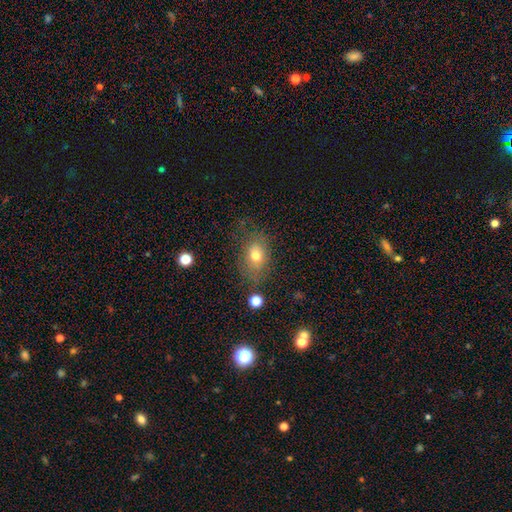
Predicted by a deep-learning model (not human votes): smooth-or-featured: smooth: 73% | featured or disk: 15% | star or artifact: 12%
  how-rounded: in between: 73% | round: 25% | cigar-shaped: 2%
  merging: none: 67% | minor disturbance: 20% | major disturbance: 10% | merger: 3%